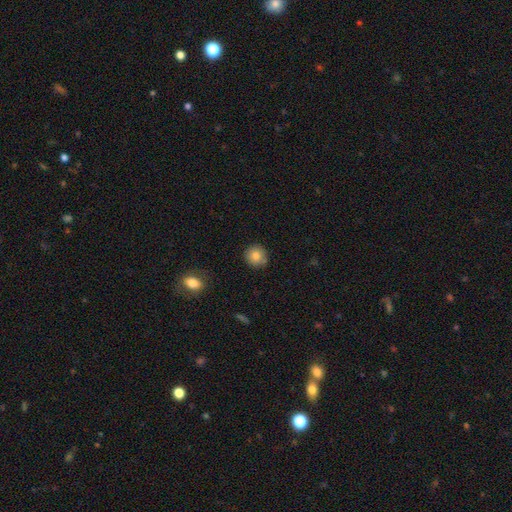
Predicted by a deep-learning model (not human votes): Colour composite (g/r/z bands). It shows a smooth galaxy with no disk features (82%) that is round (92%). Merging: none (87%).